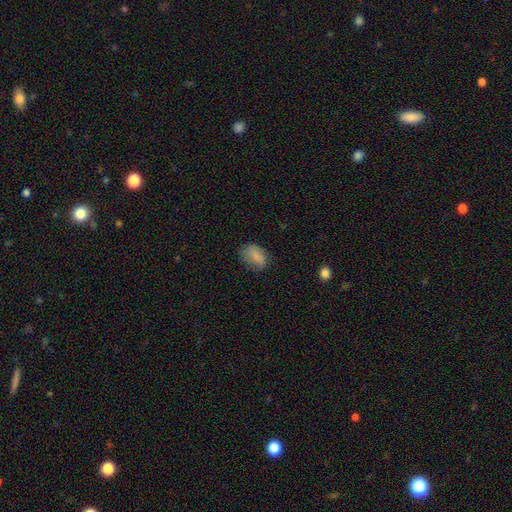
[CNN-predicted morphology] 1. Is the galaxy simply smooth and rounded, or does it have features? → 80% smooth, 11% featured or disk, 8% star or artifact.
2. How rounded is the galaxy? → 81% in between, 17% round, 2% cigar-shaped.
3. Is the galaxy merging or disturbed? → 63% none, 27% minor disturbance, 9% major disturbance, 1% merger.